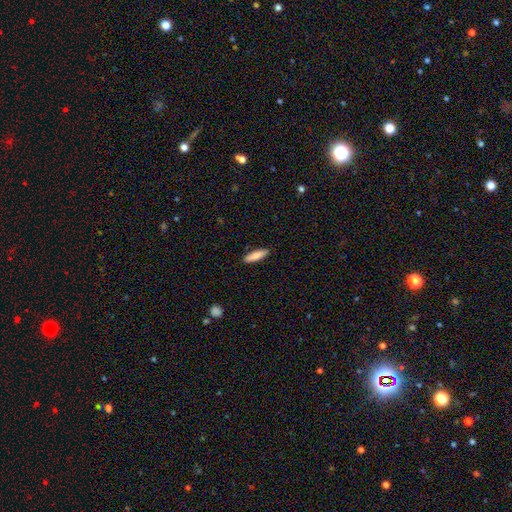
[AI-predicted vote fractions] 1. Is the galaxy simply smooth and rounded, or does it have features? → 82% smooth, 12% featured or disk, 6% star or artifact.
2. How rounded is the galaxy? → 65% cigar-shaped, 33% in between, 2% round.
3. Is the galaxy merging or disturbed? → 89% none, 8% minor disturbance, 2% major disturbance, 1% merger.